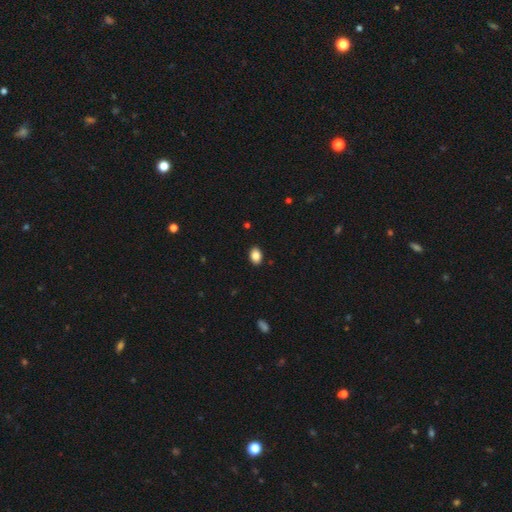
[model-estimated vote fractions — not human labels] smooth-or-featured: smooth: 86% | star or artifact: 9% | featured or disk: 5%
  how-rounded: in between: 79% | round: 20% | cigar-shaped: 1%
  merging: none: 90% | minor disturbance: 7% | major disturbance: 2% | merger: 1%